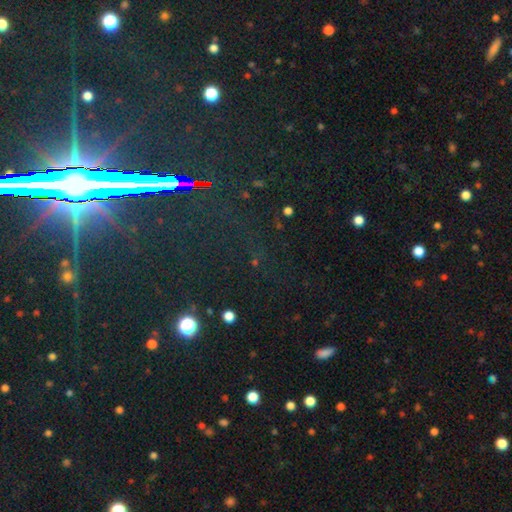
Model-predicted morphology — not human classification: smooth_or_featured: star or artifact (p=0.76) [alt: featured or disk p=0.13]